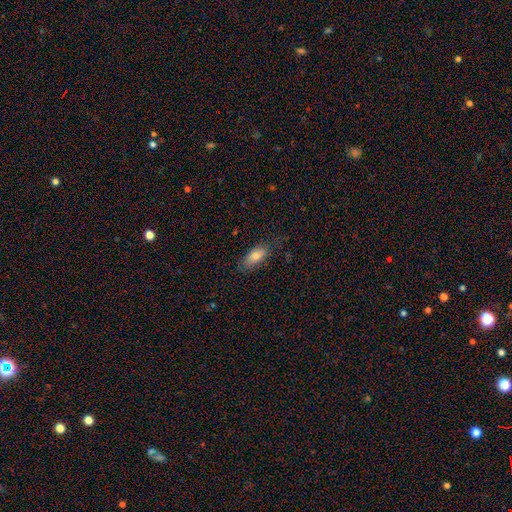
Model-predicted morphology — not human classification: A smooth galaxy with no disk features (77%) that is in between round and cigar-shaped (82%).

Vote fractions:
- Smooth or featured? smooth: 77% / featured or disk: 16% / star or artifact: 7%
- How rounded? in between: 82% / cigar-shaped: 15% / round: 3%
- Merging? none: 71% / minor disturbance: 22% / major disturbance: 6% / merger: 1%